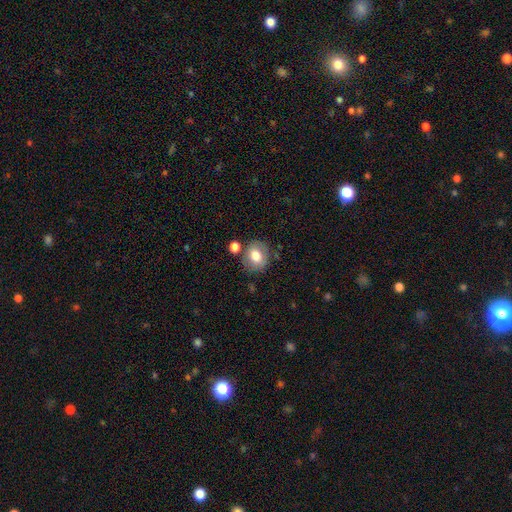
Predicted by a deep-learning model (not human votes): A smooth galaxy with no disk features (73%) that is round (66%).

Vote fractions:
- Smooth or featured? smooth: 73% / featured or disk: 18% / star or artifact: 9%
- How rounded? round: 66% / in between: 33% / cigar-shaped: 1%
- Merging? none: 74% / minor disturbance: 14% / merger: 8% / major disturbance: 5%